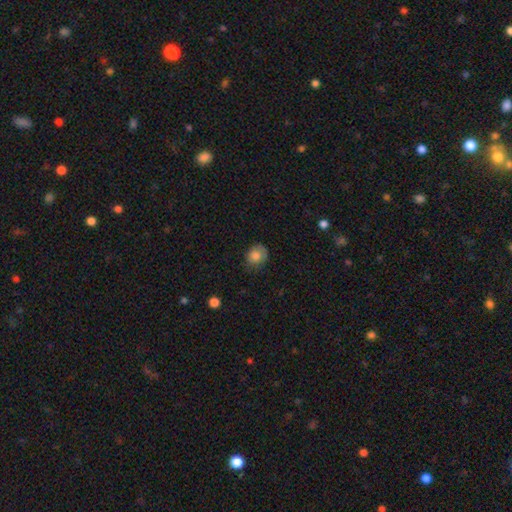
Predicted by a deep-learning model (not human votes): smooth 79%, featured or disk 12%, star or artifact 9%. Down the decision tree: how rounded — round (62%); merging — none (64%).